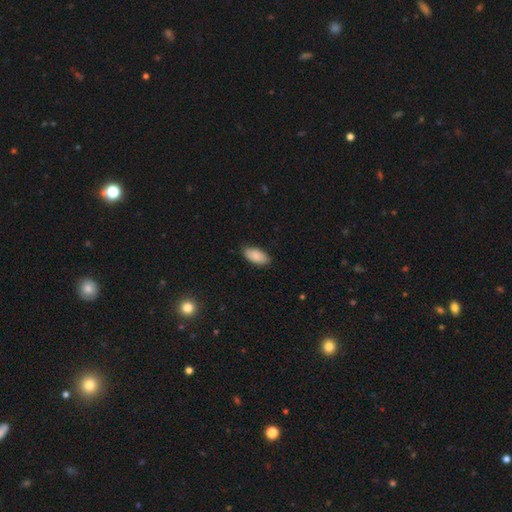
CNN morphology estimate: This is clearly a smooth galaxy (87%). How rounded: clearly in between (92%). Merging: clearly none (81%).